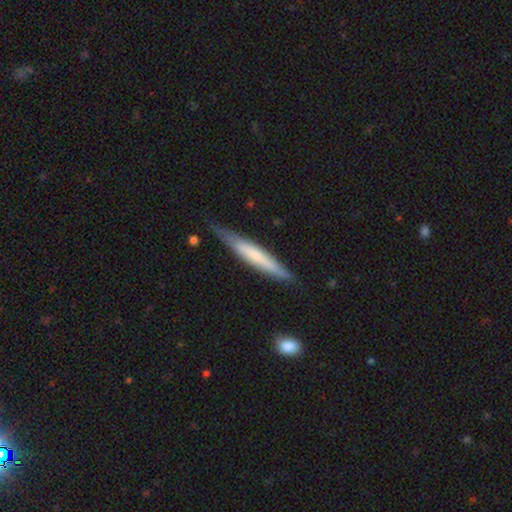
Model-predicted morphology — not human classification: smooth 56%, featured or disk 39%, star or artifact 5%. Down the decision tree: how rounded — cigar-shaped (93%); merging — none (75%).